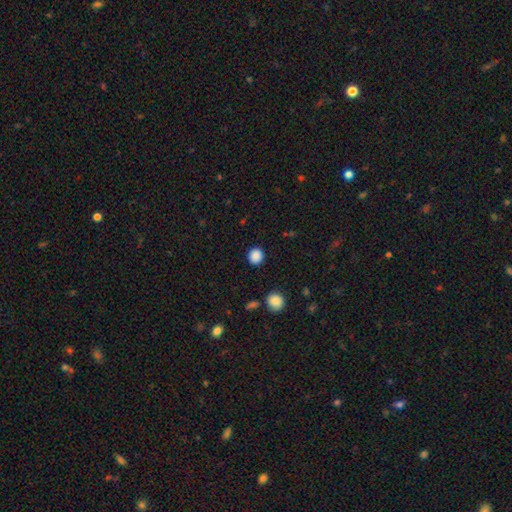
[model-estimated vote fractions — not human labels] Smooth or featured: smooth — 87% (star or artifact — 10%)
How rounded: round — 89% (in between — 10%)
Merging: none — 90% (minor disturbance — 6%)